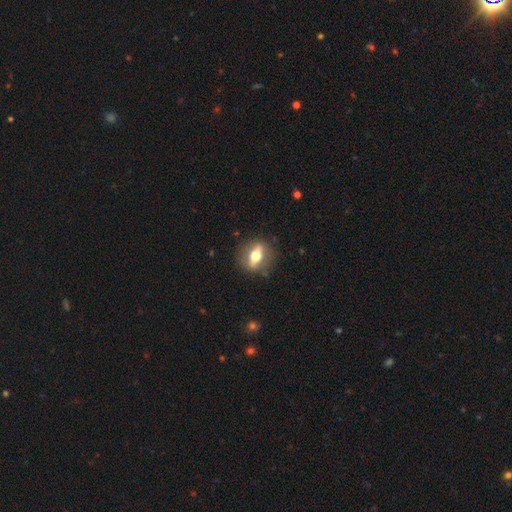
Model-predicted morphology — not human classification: Smooth or featured? Predicted: featured or disk (p=0.50). Merging? Predicted: none (p=0.83).